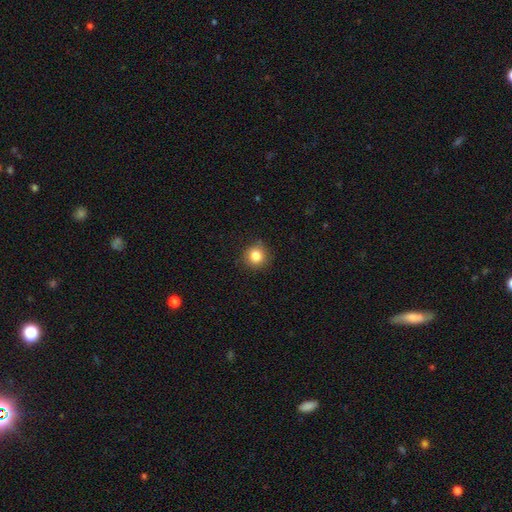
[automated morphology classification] This appears to be a smooth galaxy with no disk features (84%) that is round (93%). Merging: none (88%).